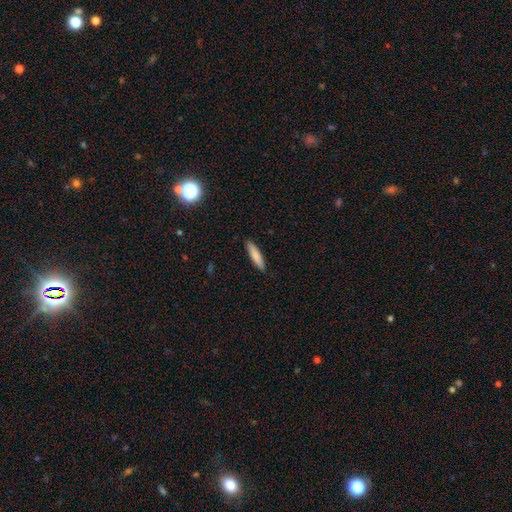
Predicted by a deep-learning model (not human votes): smooth 83%, featured or disk 11%, star or artifact 6%. Down the decision tree: how rounded — cigar-shaped (79%); merging — none (88%).